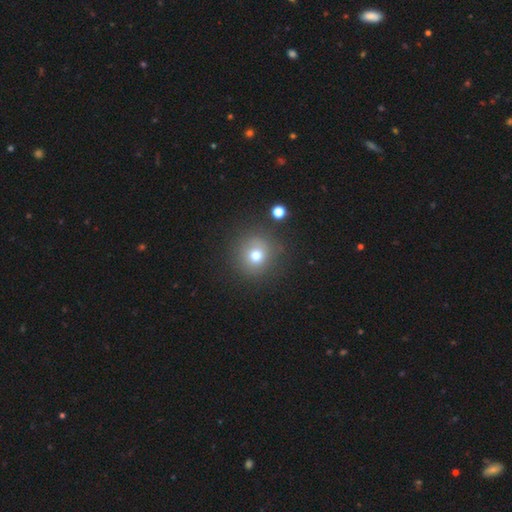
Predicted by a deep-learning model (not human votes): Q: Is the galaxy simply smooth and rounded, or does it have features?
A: smooth — 73%.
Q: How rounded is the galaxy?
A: round — 91%.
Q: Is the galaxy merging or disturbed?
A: none — 84%.